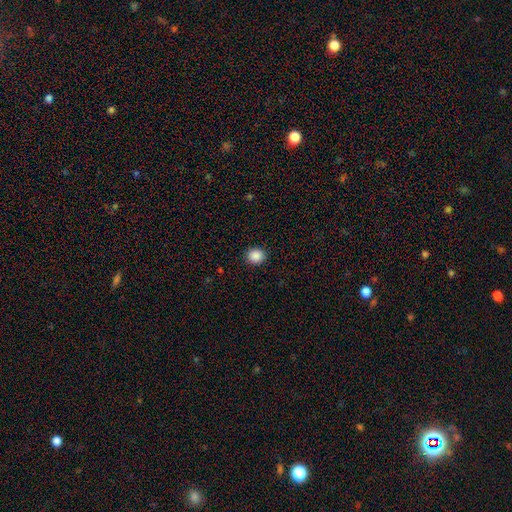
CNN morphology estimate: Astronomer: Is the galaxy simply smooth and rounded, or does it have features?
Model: smooth — 88%.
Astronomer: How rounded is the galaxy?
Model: round — 79%.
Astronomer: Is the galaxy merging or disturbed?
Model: none — 91%.